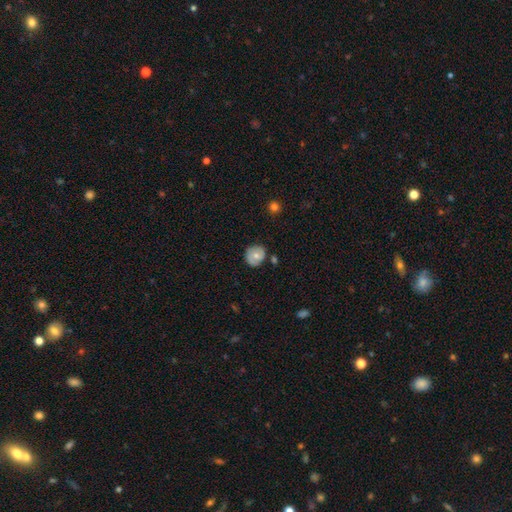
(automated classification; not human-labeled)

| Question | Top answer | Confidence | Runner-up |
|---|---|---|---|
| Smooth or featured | smooth | 62% | featured or disk (31%) |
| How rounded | round | 83% | in between (17%) |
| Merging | none | 76% | minor disturbance (17%) |